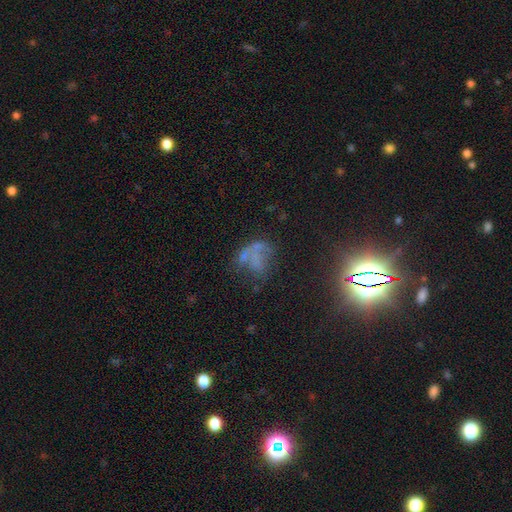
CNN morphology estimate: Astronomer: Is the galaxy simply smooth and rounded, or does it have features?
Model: featured or disk — 37% (runner-up: star or artifact, 33%).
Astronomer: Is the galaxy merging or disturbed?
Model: none — 33%, tied with major disturbance at 33%.